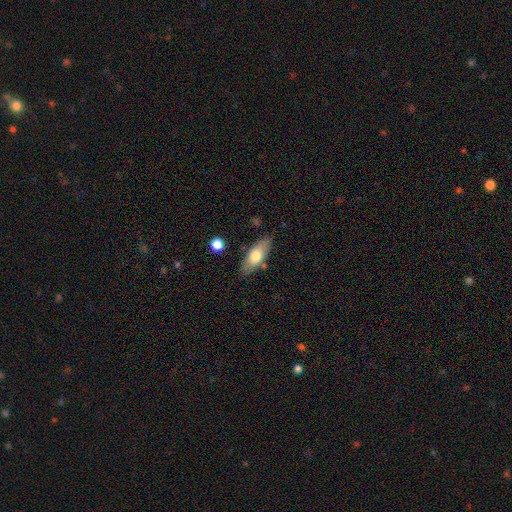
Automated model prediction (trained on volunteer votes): Smooth or featured: smooth — 67% (featured or disk — 27%)
How rounded: in between — 75% (cigar-shaped — 22%)
Merging: none — 80% (minor disturbance — 14%)